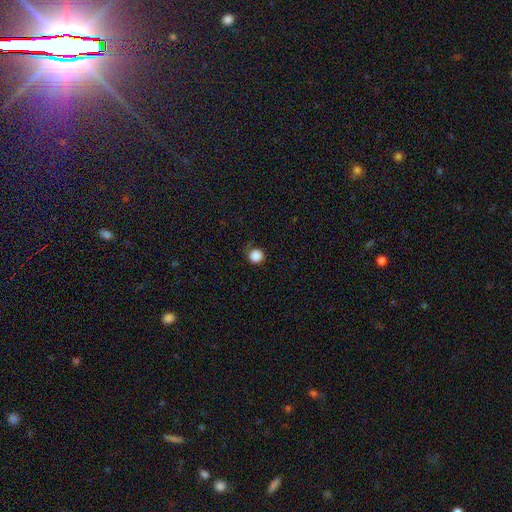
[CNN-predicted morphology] Smooth or featured? smooth (86%)
How rounded? round (94%)
Merging? none (79%)